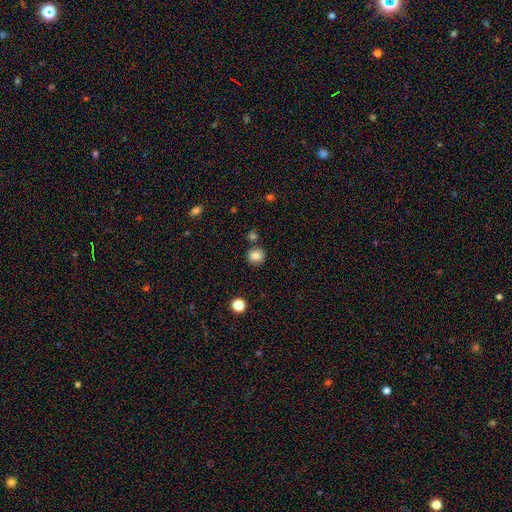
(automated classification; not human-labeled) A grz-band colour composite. It shows a smooth galaxy with no disk features (84%) that is round (89%). Merging: none (82%).